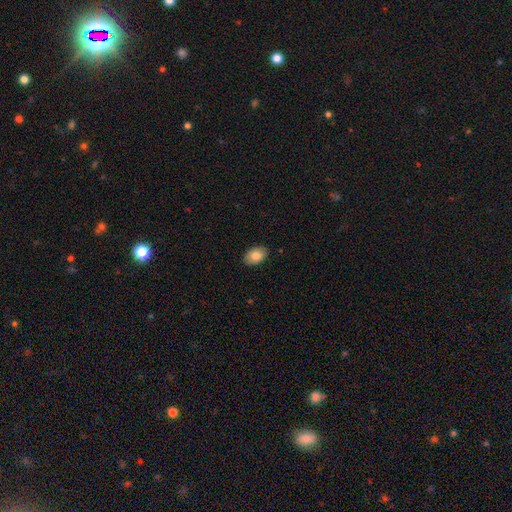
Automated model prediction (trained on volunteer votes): A smooth galaxy with no disk features (83%) that is in between round and cigar-shaped (86%).

Vote fractions:
- Smooth or featured? smooth: 83% / featured or disk: 10% / star or artifact: 7%
- How rounded? in between: 86% / round: 13% / cigar-shaped: 1%
- Merging? none: 89% / minor disturbance: 8% / major disturbance: 2% / merger: 1%